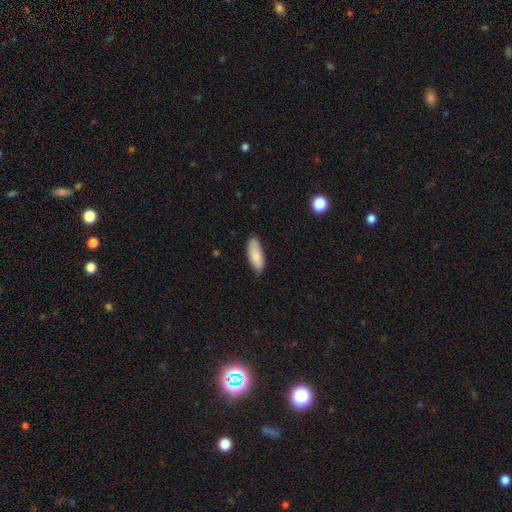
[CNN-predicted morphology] This appears to be a smooth galaxy with no disk features (84%) that is in between round and cigar-shaped (77%). Merging: none (76%).